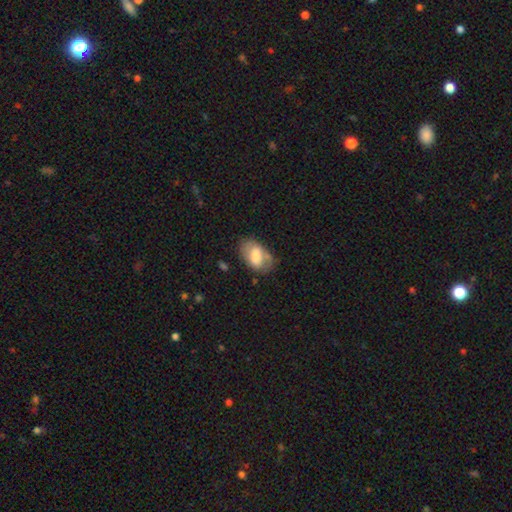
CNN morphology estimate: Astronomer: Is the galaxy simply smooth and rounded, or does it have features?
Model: smooth — 66%.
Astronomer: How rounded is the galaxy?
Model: in between — 90%.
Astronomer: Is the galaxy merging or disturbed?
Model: none — 61%.